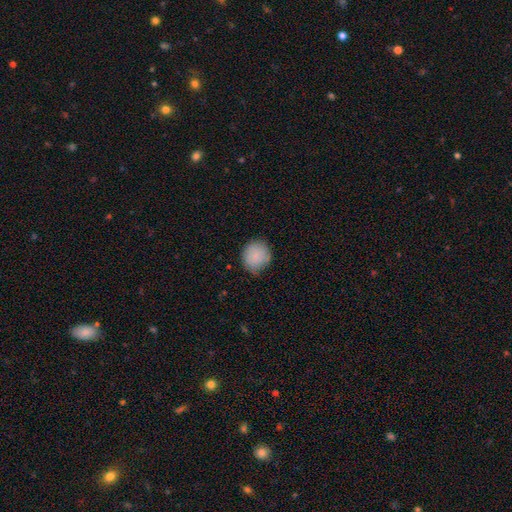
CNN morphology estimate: smooth-or-featured: smooth: 86% | star or artifact: 7% | featured or disk: 7%
  how-rounded: round: 82% | in between: 17% | cigar-shaped: 1%
  merging: none: 74% | minor disturbance: 21% | major disturbance: 4% | merger: 1%